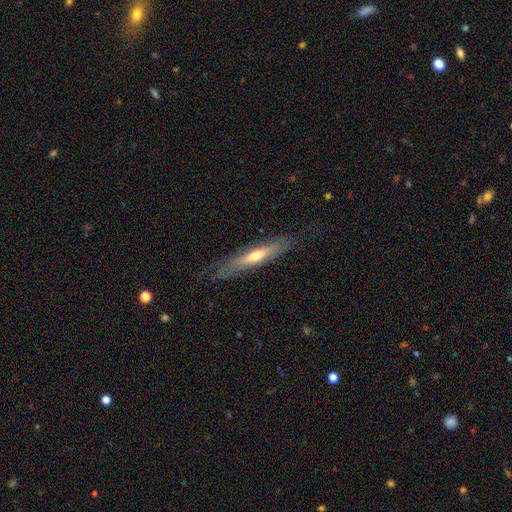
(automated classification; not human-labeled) This is possibly a featured or disk galaxy (49%). Merging: likely none (75%).